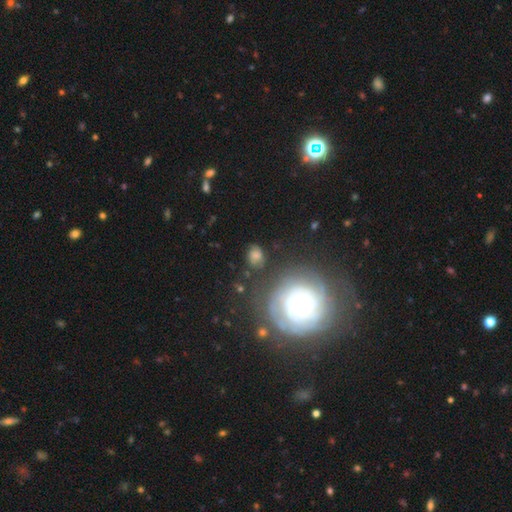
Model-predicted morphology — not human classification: Overall: smooth (44%; featured or disk 41%). Merging: none (71%).